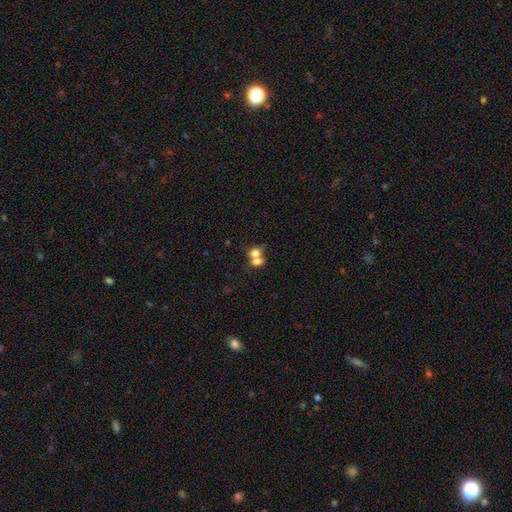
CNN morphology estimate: Q: Smooth or featured?
A: smooth (71%); runner-up: featured or disk (18%)
Q: How rounded?
A: in between (50%); runner-up: round (48%)
Q: Merging?
A: merger (68%); runner-up: none (22%)